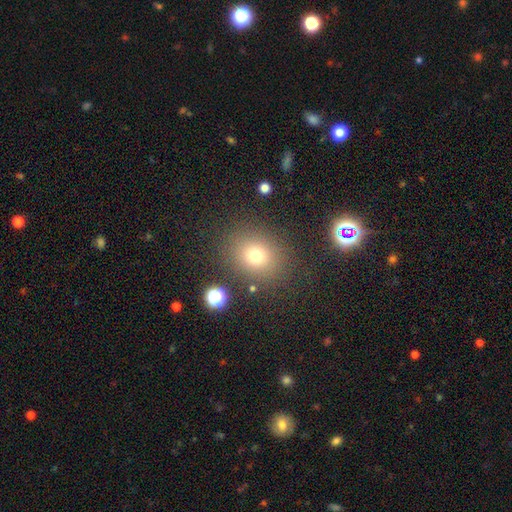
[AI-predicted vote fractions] smooth 74%, star or artifact 17%, featured or disk 9%. Down the decision tree: how rounded — round (68%); merging — none (83%).